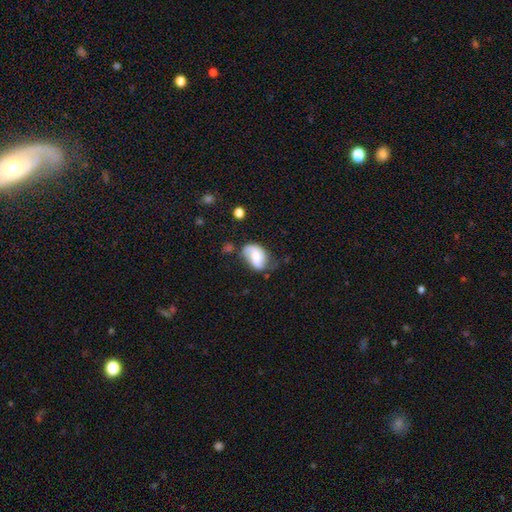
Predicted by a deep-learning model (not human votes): Q: Smooth or featured?
A: featured or disk (47%); runner-up: smooth (46%)
Q: Merging?
A: none (45%); runner-up: minor disturbance (35%)